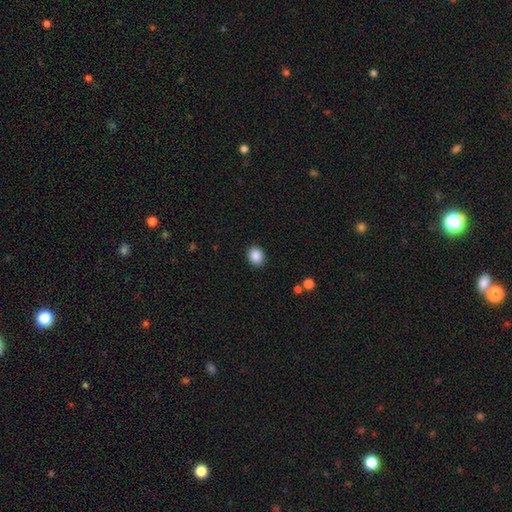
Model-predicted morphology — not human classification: Smooth or featured? Predicted: smooth (p=0.88). How rounded? Predicted: round (p=0.58). Merging? Predicted: none (p=0.91).